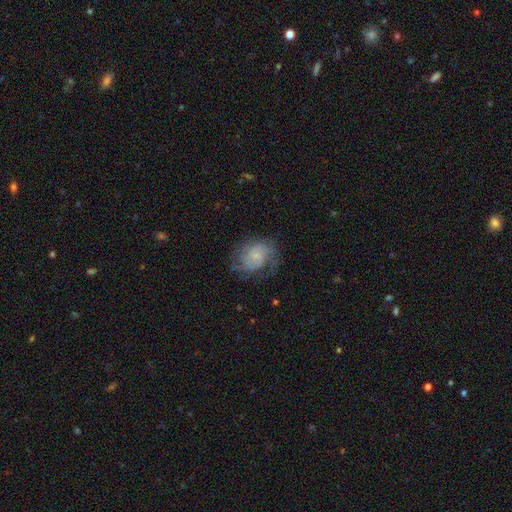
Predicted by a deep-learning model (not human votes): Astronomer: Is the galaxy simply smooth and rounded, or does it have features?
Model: featured or disk — 54% (runner-up: smooth, 37%).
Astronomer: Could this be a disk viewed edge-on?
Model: no — 98%.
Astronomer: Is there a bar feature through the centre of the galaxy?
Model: no — 67%.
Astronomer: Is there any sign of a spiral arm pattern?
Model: yes — 85%.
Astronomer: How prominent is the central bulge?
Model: small — 51%.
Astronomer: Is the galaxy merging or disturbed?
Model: none — 55%.